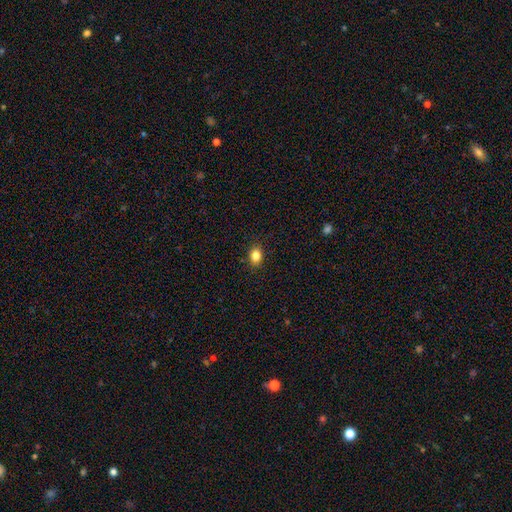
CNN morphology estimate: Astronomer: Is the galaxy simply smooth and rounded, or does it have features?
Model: smooth — 85%.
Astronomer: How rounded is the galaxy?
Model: in between — 71%.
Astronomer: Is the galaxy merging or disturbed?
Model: none — 89%.